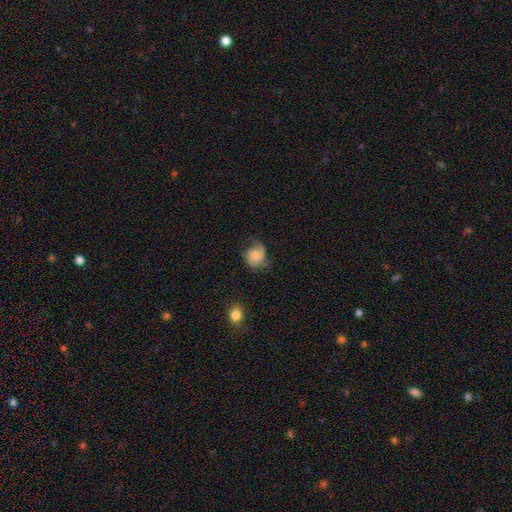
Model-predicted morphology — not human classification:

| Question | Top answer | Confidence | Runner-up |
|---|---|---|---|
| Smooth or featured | featured or disk | 47% | smooth (44%) |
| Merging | none | 49% | minor disturbance (28%) |